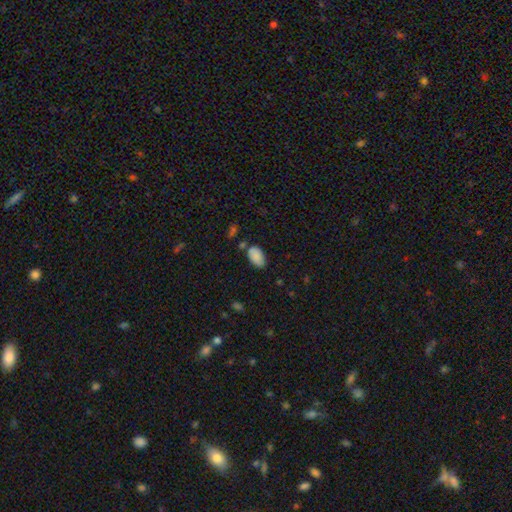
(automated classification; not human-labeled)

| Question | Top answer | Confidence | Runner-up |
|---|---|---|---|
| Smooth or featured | smooth | 86% | star or artifact (8%) |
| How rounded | in between | 93% | round (6%) |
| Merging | none | 65% | minor disturbance (23%) |